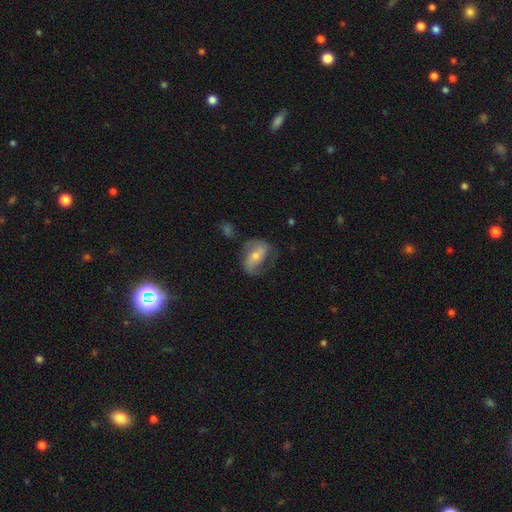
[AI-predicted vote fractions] Smooth or featured?
  - featured or disk: 65% *
  - smooth: 27%
  - star or artifact: 8%
Edge-on disk?
  - no: 95% *
  - yes: 5%
Bar?
  - strong: 36% *
  - weak: 32%
  - no: 32%
Spiral arms?
  - yes: 82% *
  - no: 18%
Spiral winding?
  - medium: 43% *
  - loose: 36%
  - tight: 22%
Spiral arm count?
  - 2: 81% *
  - can't tell: 11%
  - 1: 5%
  - 3: 2%
  - 4: 1%
  - more than 4: 1%
Bulge size?
  - small: 49% *
  - moderate: 44%
  - large: 3%
  - none: 2%
  - dominant: 1%
Merging?
  - none: 59% *
  - minor disturbance: 22%
  - major disturbance: 16%
  - merger: 4%